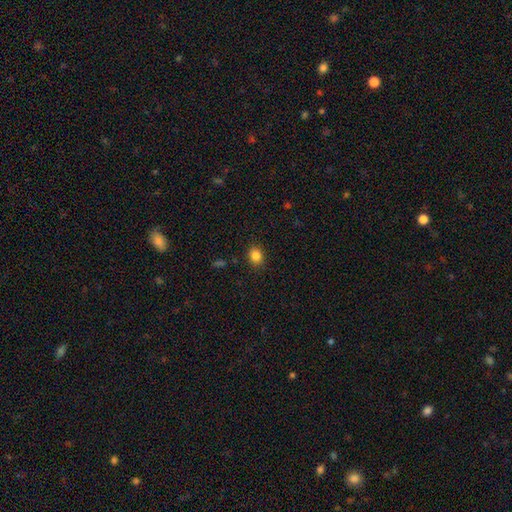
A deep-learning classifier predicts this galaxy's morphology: smooth_or_featured: smooth (p=0.84) [alt: star or artifact p=0.11]
how_rounded: round (p=0.62) [alt: in between p=0.37]
merging: none (p=0.88) [alt: minor disturbance p=0.08]